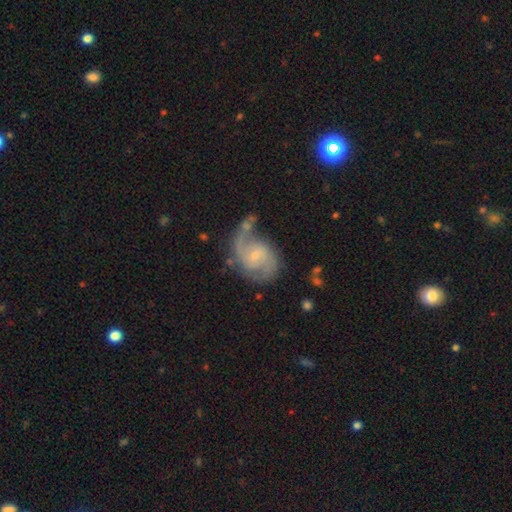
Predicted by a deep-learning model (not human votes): smooth_or_featured: featured or disk (p=0.84) [alt: smooth p=0.11]
disk_edge_on: no (p=0.98) [alt: yes p=0.02]
bar: weak (p=0.50) [alt: no p=0.41]
has_spiral_arms: yes (p=0.95) [alt: no p=0.05]
spiral_winding: medium (p=0.49) [alt: loose p=0.35]
spiral_arm_count: 2 (p=0.82) [alt: 1 p=0.07]
bulge_size: small (p=0.69) [alt: moderate p=0.23]
merging: none (p=0.56) [alt: minor disturbance p=0.22]